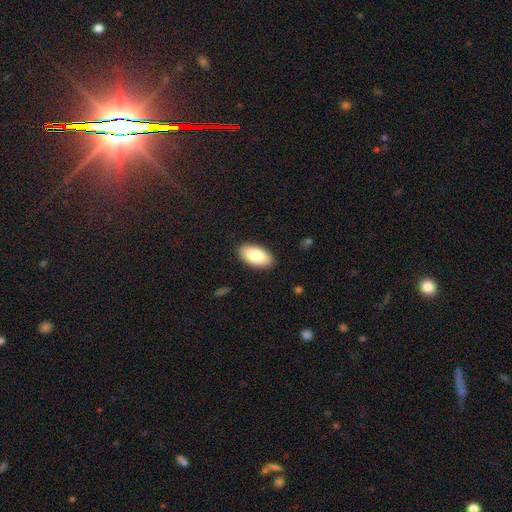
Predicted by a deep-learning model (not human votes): A smooth galaxy with no disk features (81%) that is in between round and cigar-shaped (95%).

Vote fractions:
- Smooth or featured? smooth: 81% / featured or disk: 13% / star or artifact: 6%
- How rounded? in between: 95% / cigar-shaped: 3% / round: 2%
- Merging? none: 88% / minor disturbance: 9% / major disturbance: 2% / merger: 1%